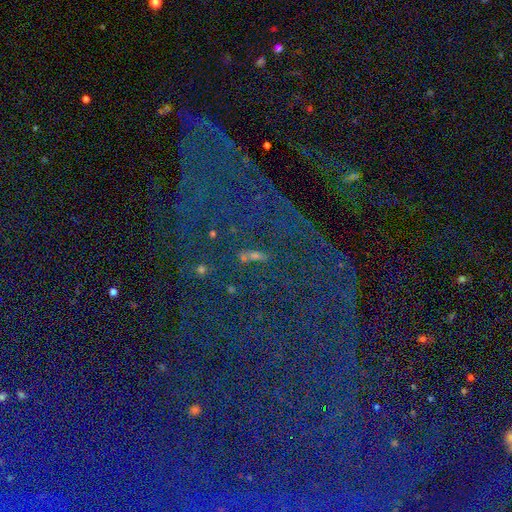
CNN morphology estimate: A star or artifact, not a galaxy (78%).

Vote fractions:
- Smooth or featured? star or artifact: 78% / smooth: 12% / featured or disk: 10%